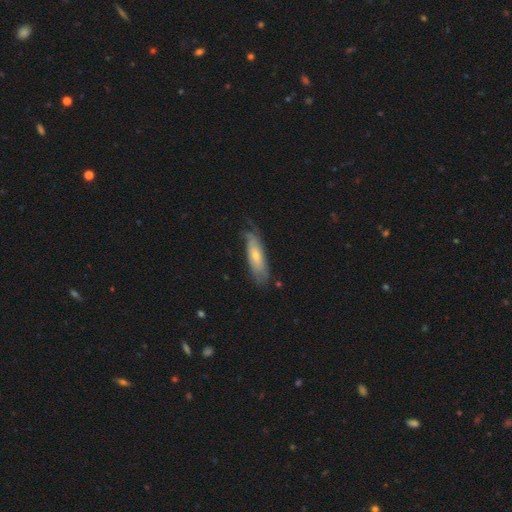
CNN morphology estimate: A featured or disk galaxy (50%).

Vote fractions:
- Smooth or featured? featured or disk: 50% / smooth: 44% / star or artifact: 6%
- Merging? none: 54% / minor disturbance: 30% / major disturbance: 14% / merger: 2%